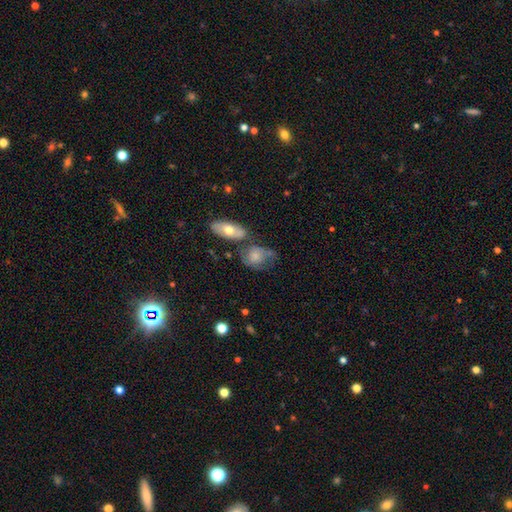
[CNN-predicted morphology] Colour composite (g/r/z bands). It shows a smooth galaxy with no disk features (63%) that is in between round and cigar-shaped (64%). Merging: none (36%).